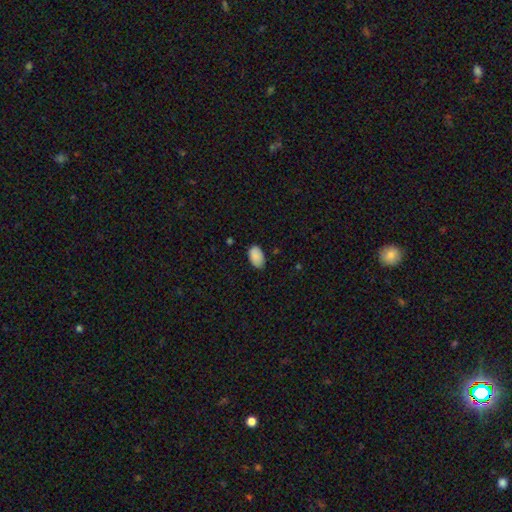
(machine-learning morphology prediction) Smooth or featured? Predicted: smooth (p=0.89). How rounded? Predicted: in between (p=0.93). Merging? Predicted: none (p=0.79).